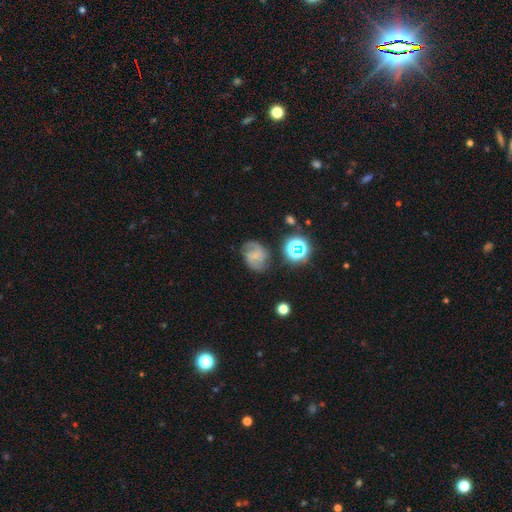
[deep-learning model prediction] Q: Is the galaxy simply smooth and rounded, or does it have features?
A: featured or disk — 63%.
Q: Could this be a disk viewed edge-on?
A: no — 97%.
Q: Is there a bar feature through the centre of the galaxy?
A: weak — 46%.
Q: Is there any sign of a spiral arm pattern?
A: yes — 92%.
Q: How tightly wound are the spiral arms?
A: medium — 49%.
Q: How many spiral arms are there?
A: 2 — 85%.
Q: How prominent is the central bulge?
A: small — 51%.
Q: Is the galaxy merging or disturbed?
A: none — 70%.